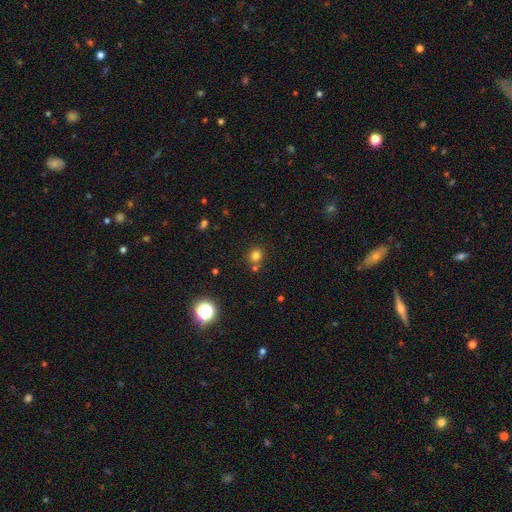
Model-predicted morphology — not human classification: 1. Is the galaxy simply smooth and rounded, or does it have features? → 77% smooth, 17% star or artifact, 6% featured or disk.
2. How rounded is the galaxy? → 89% round, 10% in between, 1% cigar-shaped.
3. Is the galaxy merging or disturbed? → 74% none, 15% merger, 8% minor disturbance, 3% major disturbance.